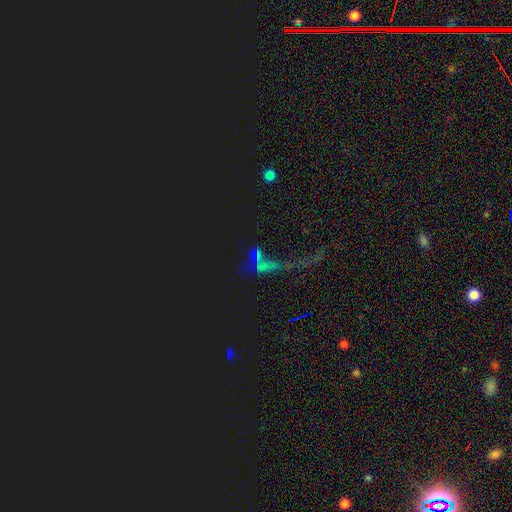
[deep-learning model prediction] A star or artifact, not a galaxy (61%).

Vote fractions:
- Smooth or featured? star or artifact: 61% / smooth: 22% / featured or disk: 17%